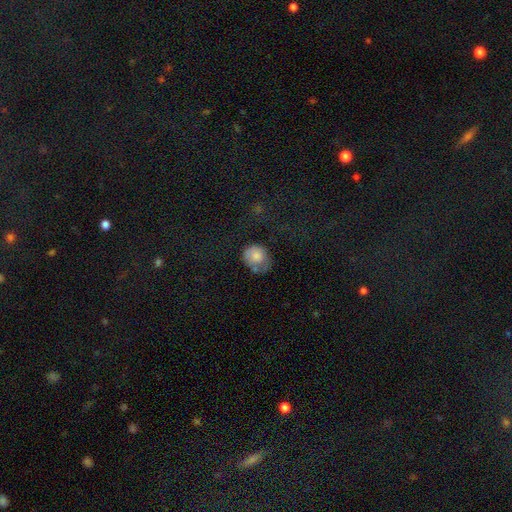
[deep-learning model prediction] Smooth or featured? Predicted: smooth (p=0.74). How rounded? Predicted: round (p=0.67). Merging? Predicted: none (p=0.40).